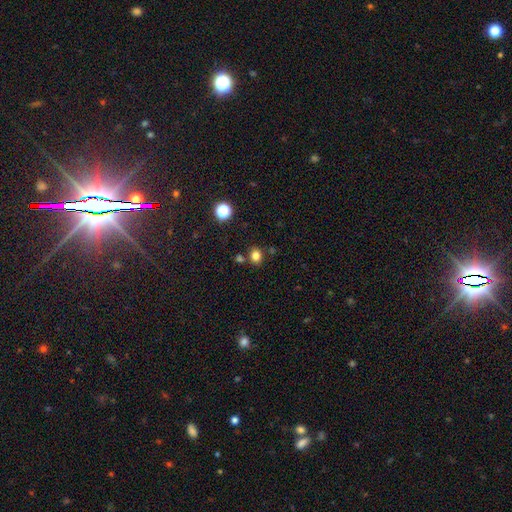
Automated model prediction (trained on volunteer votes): A smooth galaxy with no disk features (80%) that is round (65%).

Vote fractions:
- Smooth or featured? smooth: 80% / star or artifact: 14% / featured or disk: 6%
- How rounded? round: 65% / in between: 35% / cigar-shaped: 1%
- Merging? none: 79% / minor disturbance: 9% / merger: 9% / major disturbance: 3%